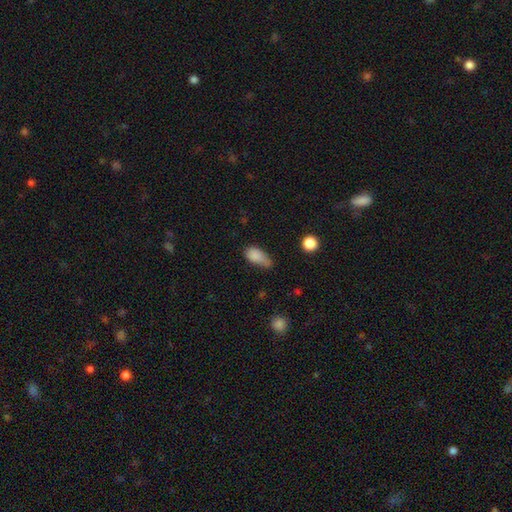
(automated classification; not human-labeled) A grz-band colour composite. It shows a smooth galaxy with no disk features (82%) that is in between round and cigar-shaped (86%). Merging: minor disturbance (43%).